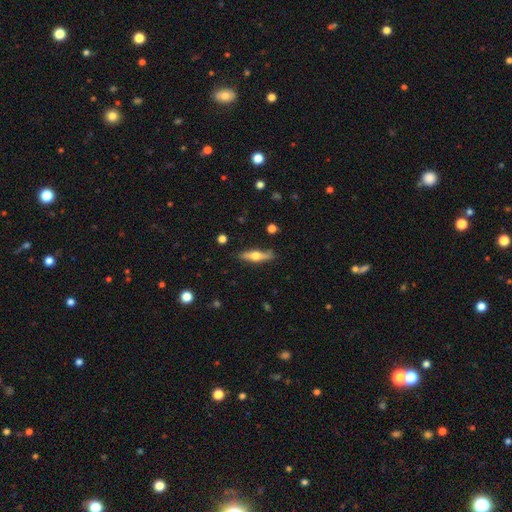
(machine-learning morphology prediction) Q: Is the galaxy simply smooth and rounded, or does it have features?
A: featured or disk — 54%.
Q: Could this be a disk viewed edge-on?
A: yes — 92%.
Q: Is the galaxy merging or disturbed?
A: none — 84%.